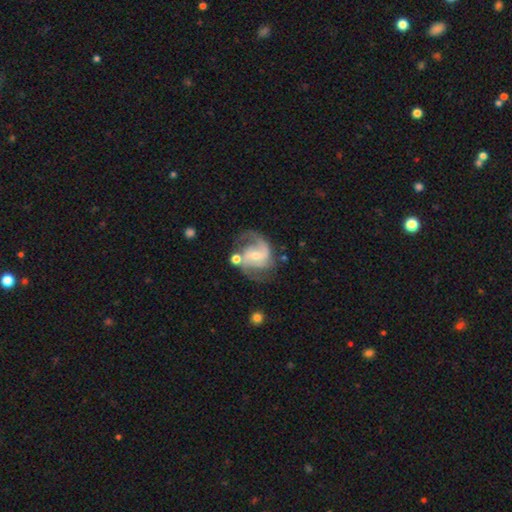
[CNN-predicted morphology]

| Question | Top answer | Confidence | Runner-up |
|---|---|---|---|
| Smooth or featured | featured or disk | 85% | smooth (9%) |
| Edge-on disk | no | 98% | yes (2%) |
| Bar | weak | 46% | no (39%) |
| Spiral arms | yes | 96% | no (4%) |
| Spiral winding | medium | 54% | loose (25%) |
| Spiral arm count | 2 | 76% | 3 (8%) |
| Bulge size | small | 49% | moderate (46%) |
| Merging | none | 57% | minor disturbance (20%) |